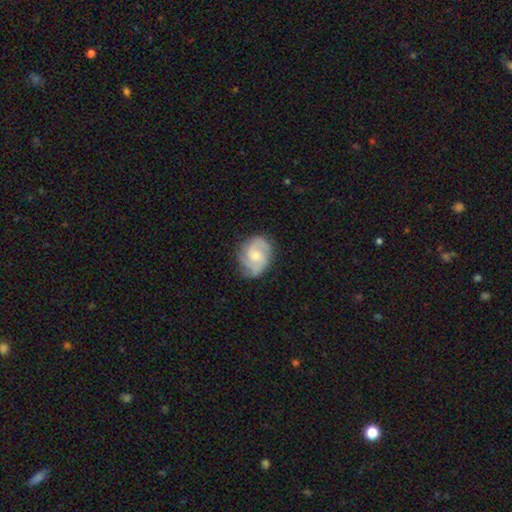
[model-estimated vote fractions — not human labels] smooth-or-featured: featured or disk: 81% | smooth: 14% | star or artifact: 5%
  disk-edge-on: no: 98% | yes: 2%
    bar: no: 67% | weak: 29% | strong: 4%
    has-spiral-arms: yes: 96% | no: 4%
      spiral-winding: medium: 46% | tight: 43% | loose: 11%
      spiral-arm-count: 2: 40% | 3: 36% | can't tell: 12% | 4: 5% | 1: 4% | more than 4: 3%
    bulge-size: moderate: 49% | small: 45% | large: 3% | none: 2% | dominant: 1%
  merging: none: 73% | minor disturbance: 20% | major disturbance: 6% | merger: 1%